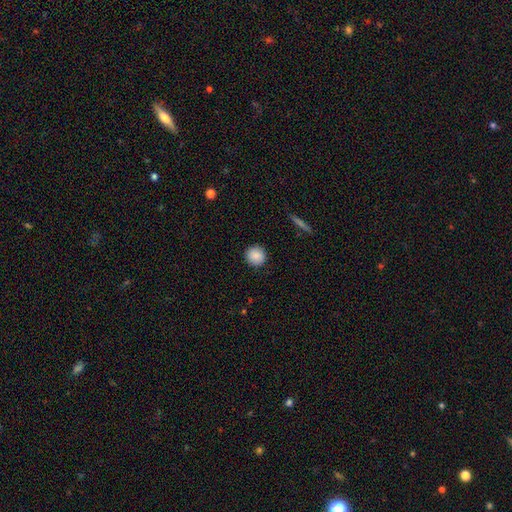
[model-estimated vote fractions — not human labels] Q: Smooth or featured?
A: smooth (89%); runner-up: star or artifact (8%)
Q: How rounded?
A: round (91%); runner-up: in between (8%)
Q: Merging?
A: none (92%); runner-up: minor disturbance (6%)